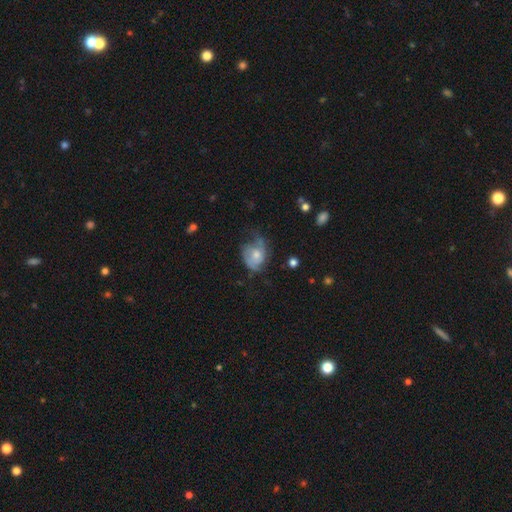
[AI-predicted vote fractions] featured or disk 49%, smooth 44%, star or artifact 8%. Down the decision tree: merging — none (33%, tied with minor disturbance).